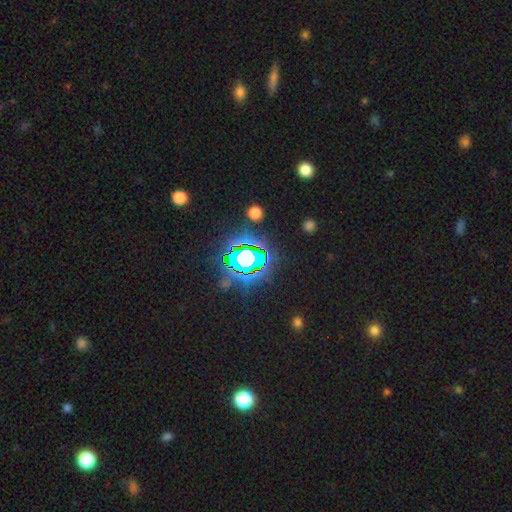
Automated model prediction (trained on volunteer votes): Smooth or featured?
  - star or artifact: 78% *
  - smooth: 14%
  - featured or disk: 8%